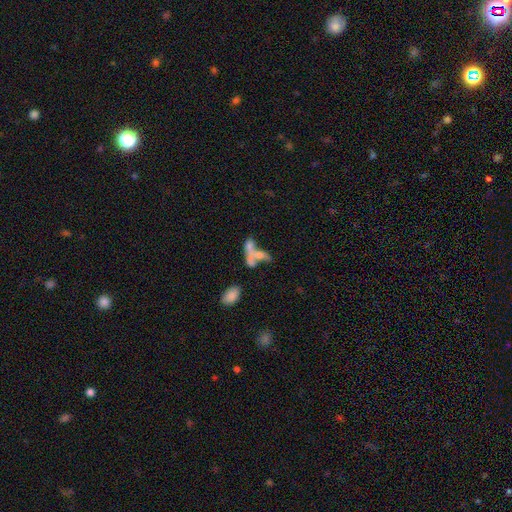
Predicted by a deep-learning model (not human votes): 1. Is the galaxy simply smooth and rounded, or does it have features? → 53% smooth, 34% featured or disk, 13% star or artifact.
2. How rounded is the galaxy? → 64% in between, 26% cigar-shaped, 10% round.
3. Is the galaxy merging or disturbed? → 58% merger, 21% none, 13% major disturbance, 9% minor disturbance.